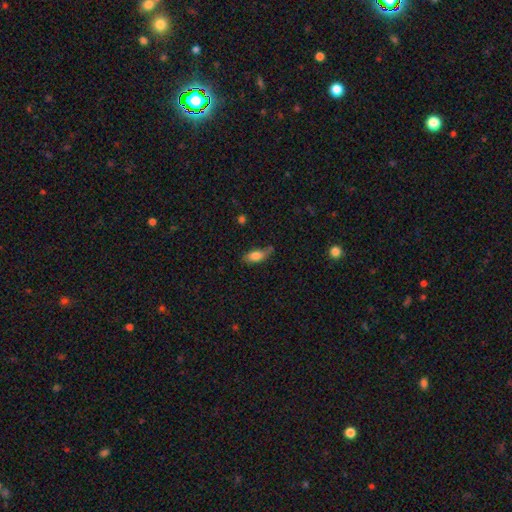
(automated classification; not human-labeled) smooth_or_featured: smooth (p=0.78) [alt: featured or disk p=0.14]
how_rounded: in between (p=0.80) [alt: cigar-shaped p=0.17]
merging: none (p=0.60) [alt: minor disturbance p=0.29]